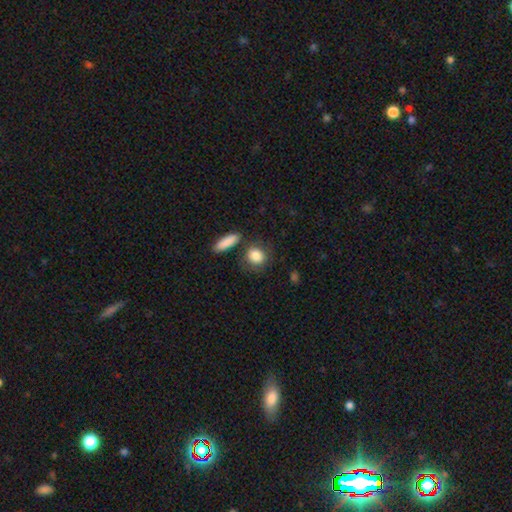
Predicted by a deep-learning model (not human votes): The model was most divided on "how rounded": round: 58%, in between: 38%, cigar-shaped: 3%. More confident: smooth or featured — smooth (87%); merging — none (70%).